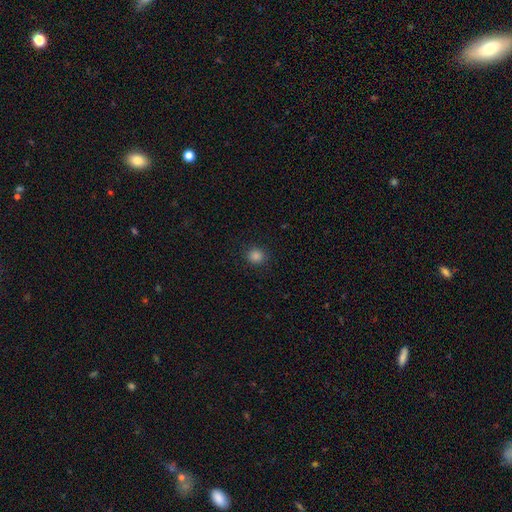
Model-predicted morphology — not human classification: smooth 83%, star or artifact 13%, featured or disk 3%. Down the decision tree: how rounded — round (91%); merging — none (91%).